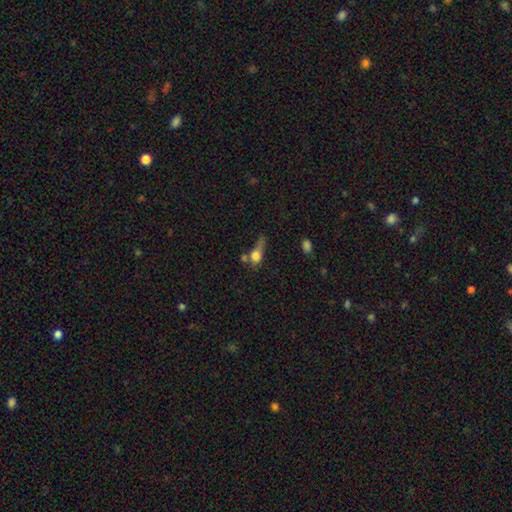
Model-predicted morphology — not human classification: This is likely a smooth galaxy (70%). How rounded: possibly in between (50%). Merging: marginally major disturbance (27%).